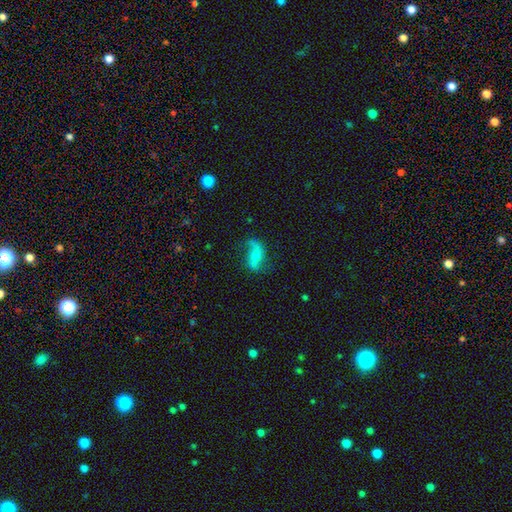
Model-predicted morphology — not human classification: Smooth or featured: featured or disk — 63% (smooth — 29%)
Edge-on disk: no — 93% (yes — 7%)
Bar: no — 42% (weak — 32%)
Spiral arms: yes — 85% (no — 15%)
Bulge size: small — 49% (moderate — 38%)
Merging: none — 59% (minor disturbance — 23%)